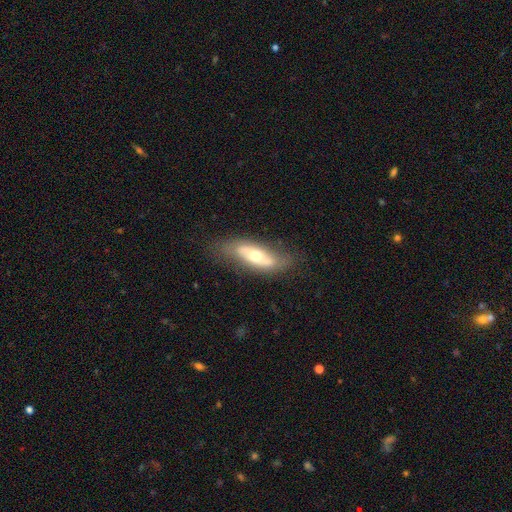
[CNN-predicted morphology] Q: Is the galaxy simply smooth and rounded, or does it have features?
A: featured or disk — 55%.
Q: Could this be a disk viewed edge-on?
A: no — 77%.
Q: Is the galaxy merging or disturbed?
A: none — 71%.